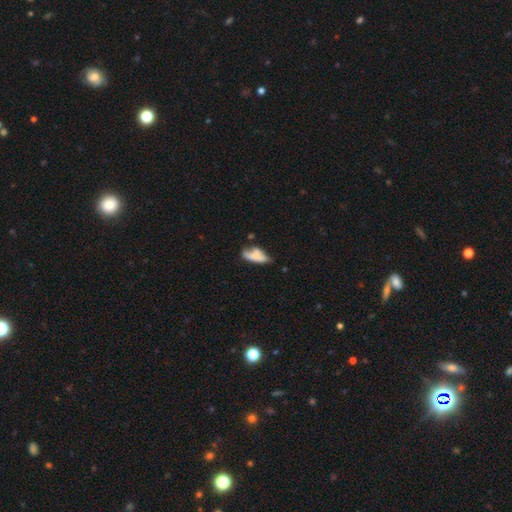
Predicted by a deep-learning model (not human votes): Smooth or featured? smooth (63%)
How rounded? in between (64%)
Merging? none (35%)